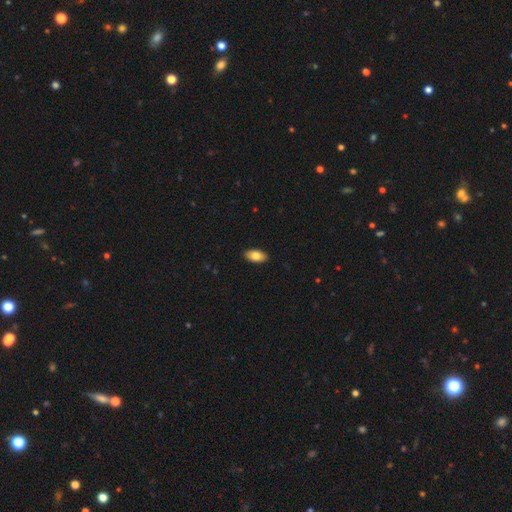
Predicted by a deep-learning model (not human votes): Overall: smooth (81%). How rounded: in between (93%). Merging: none (91%).